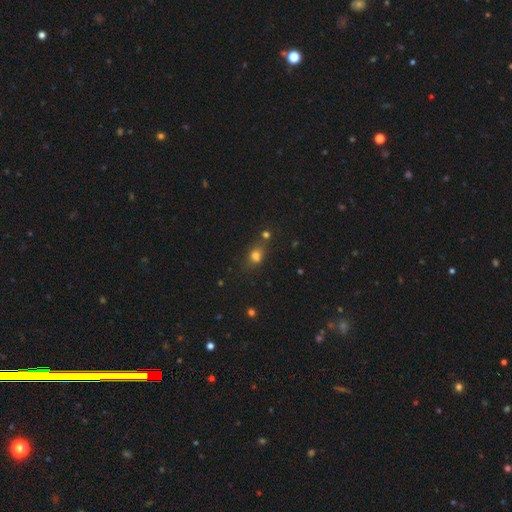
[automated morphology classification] Smooth or featured? smooth (75%)
How rounded? in between (49%)
Merging? none (59%)